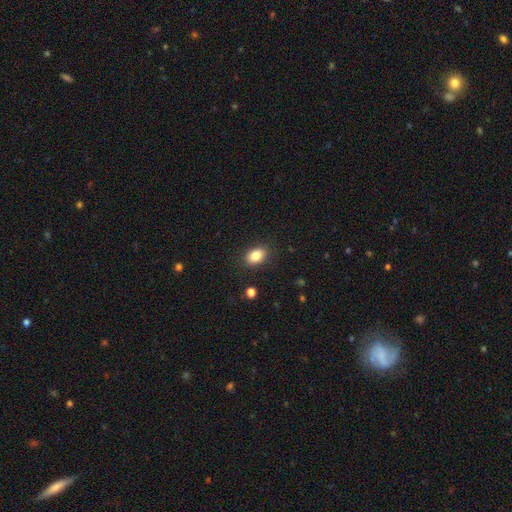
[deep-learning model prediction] Morphology: type=smooth (84%); roundness=in between (83%); merging=none (88%).